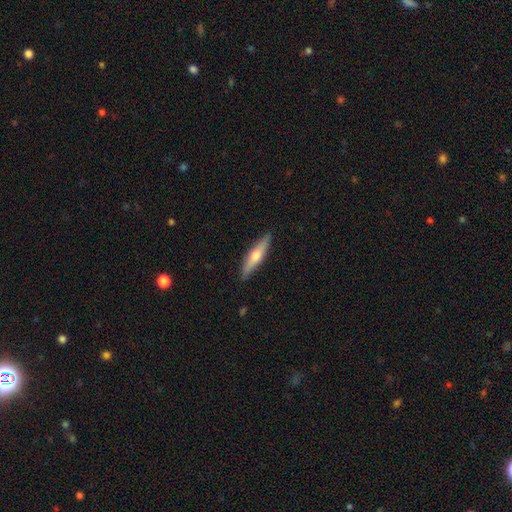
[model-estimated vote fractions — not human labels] Overall: featured or disk (48%; smooth 47%). Merging: none (89%).